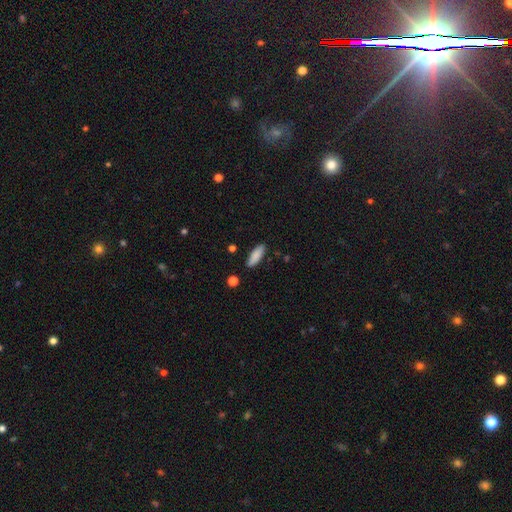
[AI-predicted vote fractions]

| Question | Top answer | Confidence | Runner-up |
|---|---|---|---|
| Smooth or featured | smooth | 87% | featured or disk (7%) |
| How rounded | in between | 61% | cigar-shaped (37%) |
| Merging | none | 85% | minor disturbance (11%) |